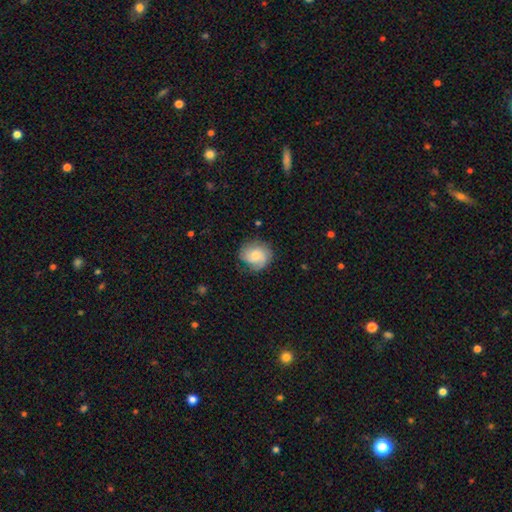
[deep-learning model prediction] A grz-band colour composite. It shows a featured or disk galaxy (47%). Merging: none (71%).